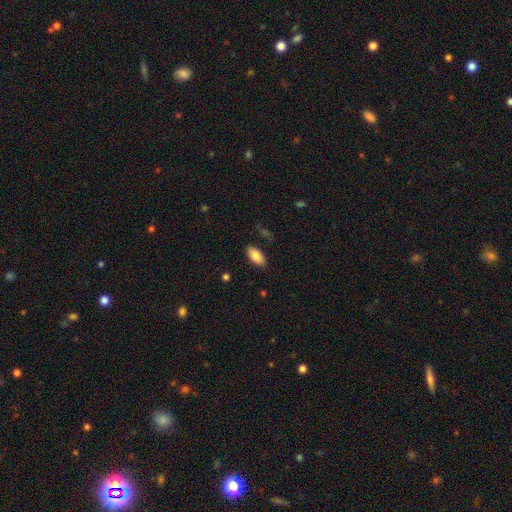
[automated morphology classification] This is clearly a smooth galaxy (84%). How rounded: clearly in between (93%). Merging: clearly none (85%).